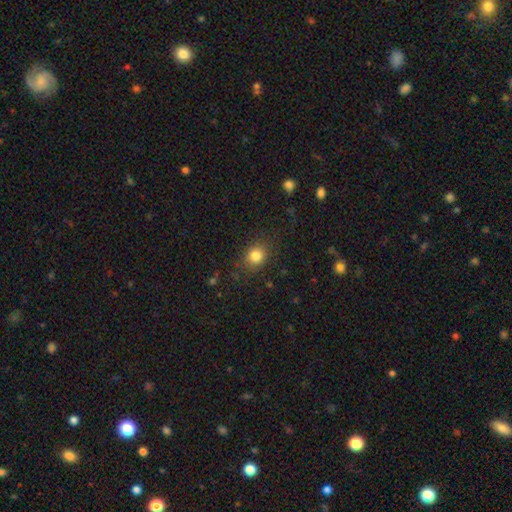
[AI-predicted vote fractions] This appears to be a smooth galaxy with no disk features (82%) that is round (70%). Merging: none (84%).